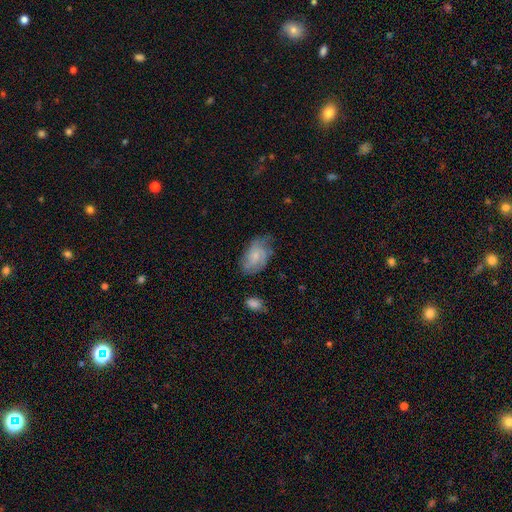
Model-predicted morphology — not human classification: smooth 55%, featured or disk 37%, star or artifact 7%. Down the decision tree: how rounded — in between (90%); merging — none (60%).